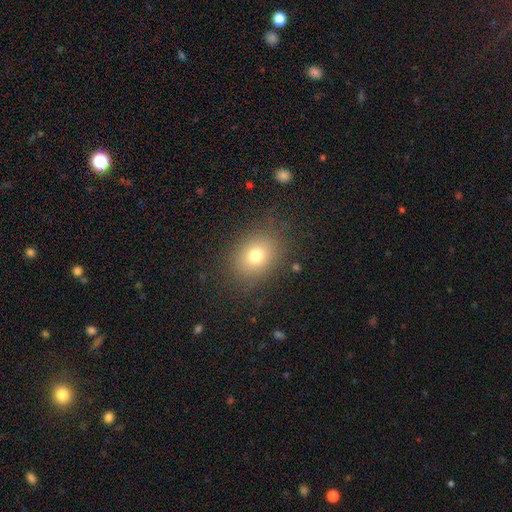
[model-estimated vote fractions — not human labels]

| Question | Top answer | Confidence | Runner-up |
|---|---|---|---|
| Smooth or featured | smooth | 74% | star or artifact (14%) |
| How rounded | in between | 51% | round (48%) |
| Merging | none | 82% | minor disturbance (12%) |